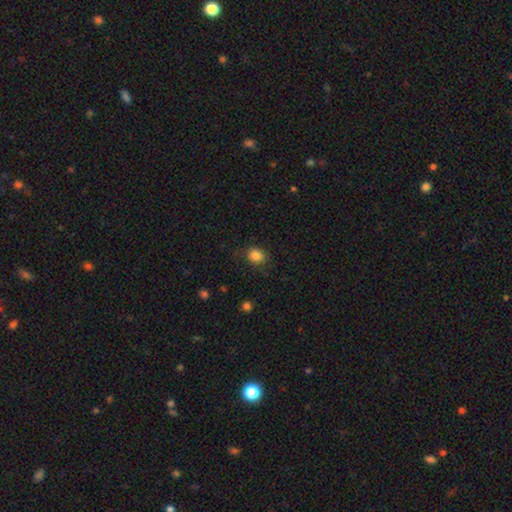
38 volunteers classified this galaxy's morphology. This appears to be a smooth galaxy with no disk features (82%) that is round (55%). Merging: none (82%).